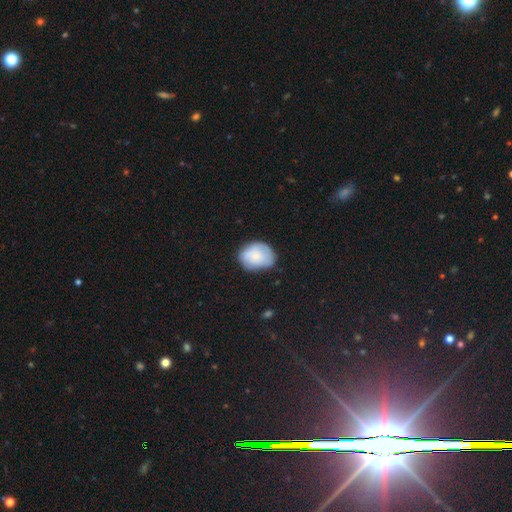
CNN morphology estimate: type=smooth (72%); roundness=in between (58%); merging=none (64%).